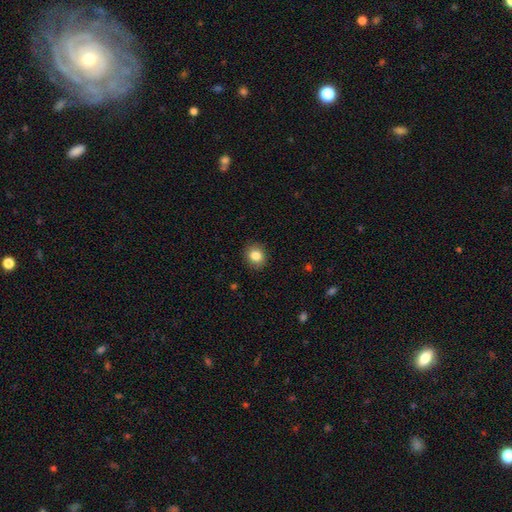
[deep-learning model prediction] This appears to be a smooth galaxy with no disk features (84%) that is round (77%). Merging: none (90%).